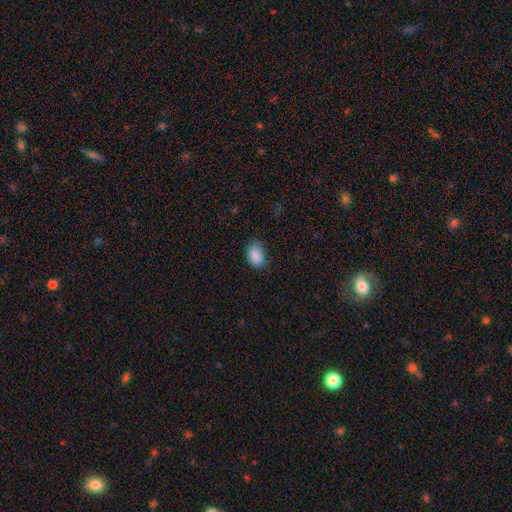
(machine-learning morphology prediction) smooth_or_featured: smooth (p=0.88) [alt: star or artifact p=0.08]
how_rounded: in between (p=0.83) [alt: round p=0.16]
merging: none (p=0.74) [alt: minor disturbance p=0.21]